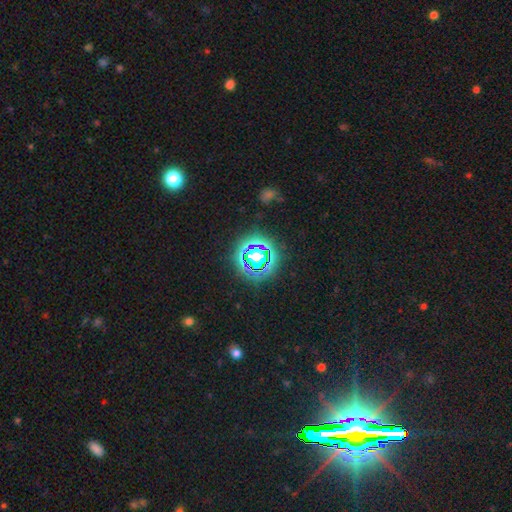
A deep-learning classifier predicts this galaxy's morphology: star or artifact 66%, smooth 23%, featured or disk 12%.